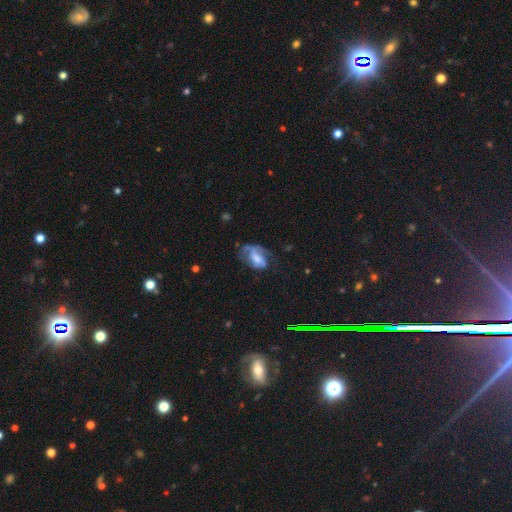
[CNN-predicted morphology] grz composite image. It shows a featured or disk galaxy (56%) with no bar (49%), spiral arms (69%) and a moderate central bulge (38%). Merging: none (38%).